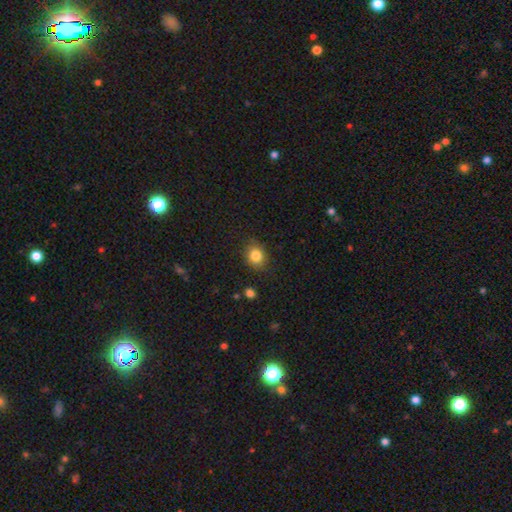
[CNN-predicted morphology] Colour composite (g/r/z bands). It shows a smooth galaxy with no disk features (83%) that is round (56%). Merging: none (84%).